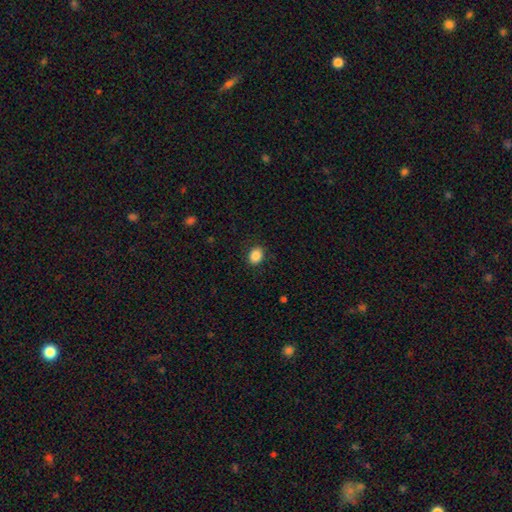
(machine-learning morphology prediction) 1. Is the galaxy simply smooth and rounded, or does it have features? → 87% smooth, 9% star or artifact, 4% featured or disk.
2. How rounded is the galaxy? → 58% in between, 42% round, 1% cigar-shaped.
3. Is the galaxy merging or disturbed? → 88% none, 8% minor disturbance, 2% major disturbance, 1% merger.